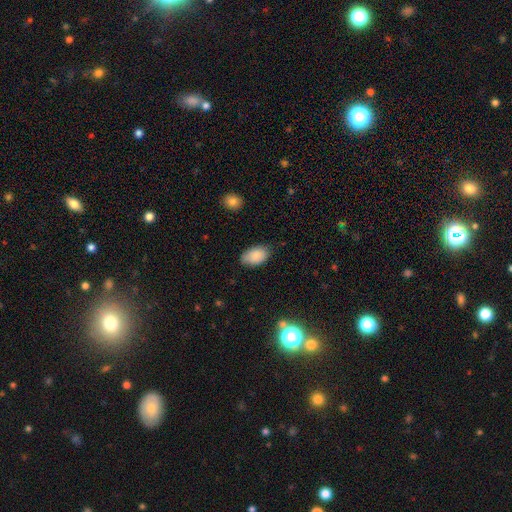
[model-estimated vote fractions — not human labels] This is clearly a smooth galaxy (87%). How rounded: clearly in between (93%). Merging: likely none (77%).